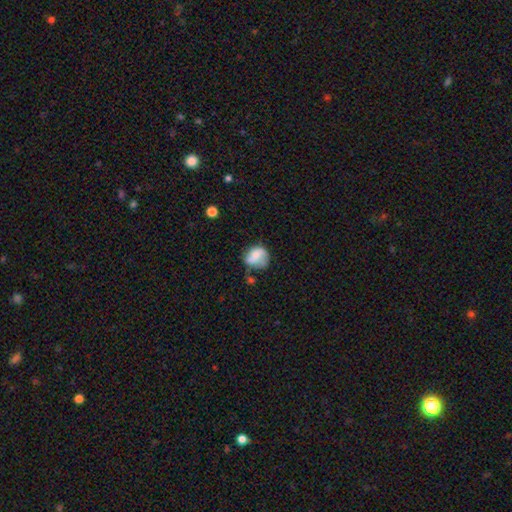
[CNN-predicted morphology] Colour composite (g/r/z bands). It shows a smooth galaxy with no disk features (61%) that is round (64%). Merging: none (40%).